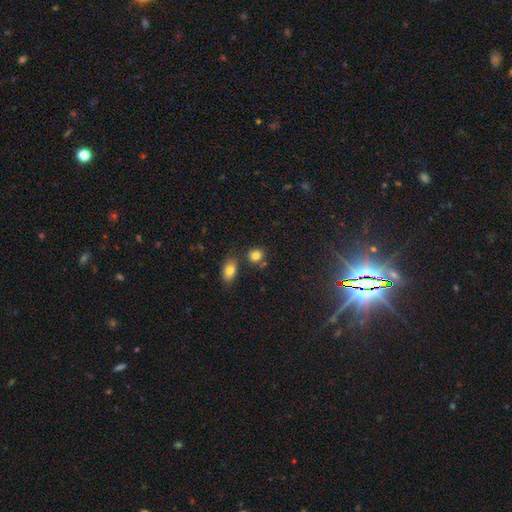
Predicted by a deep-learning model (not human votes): smooth_or_featured: smooth (p=0.82) [alt: star or artifact p=0.11]
how_rounded: round (p=0.70) [alt: in between p=0.28]
merging: none (p=0.72) [alt: merger p=0.14]